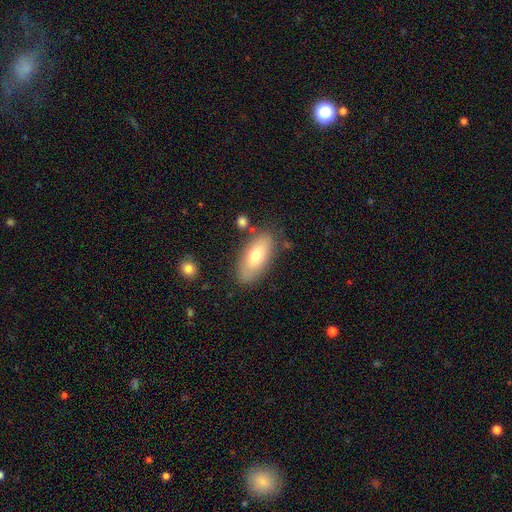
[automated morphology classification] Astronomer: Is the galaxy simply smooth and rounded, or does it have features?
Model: smooth — 69%.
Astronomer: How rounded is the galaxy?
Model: in between — 86%.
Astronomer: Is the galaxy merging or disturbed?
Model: none — 79%.